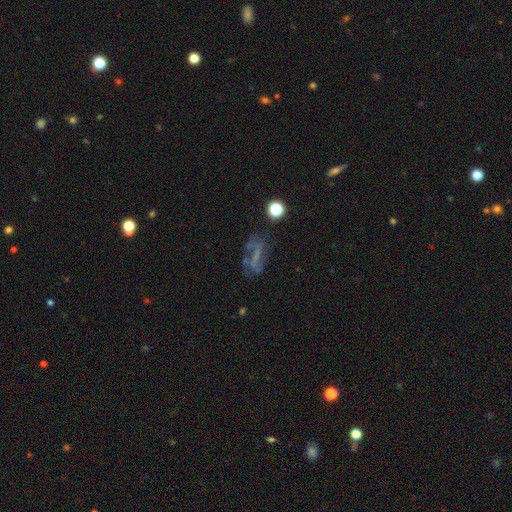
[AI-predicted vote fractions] smooth_or_featured: featured or disk (p=0.45) [alt: smooth p=0.30]
merging: none (p=0.53) [alt: major disturbance p=0.21]